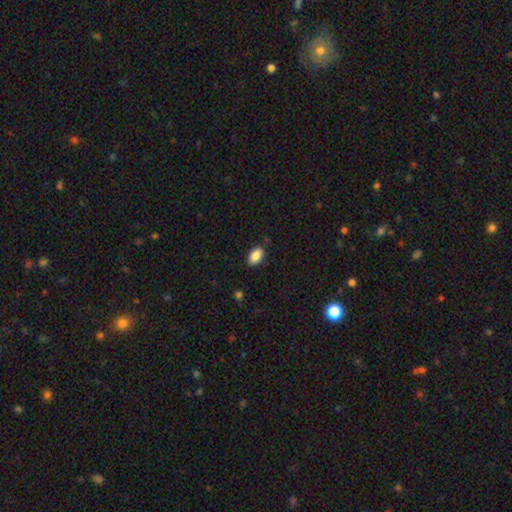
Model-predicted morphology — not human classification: This is clearly a smooth galaxy (88%). How rounded: clearly in between (91%). Merging: clearly none (85%).